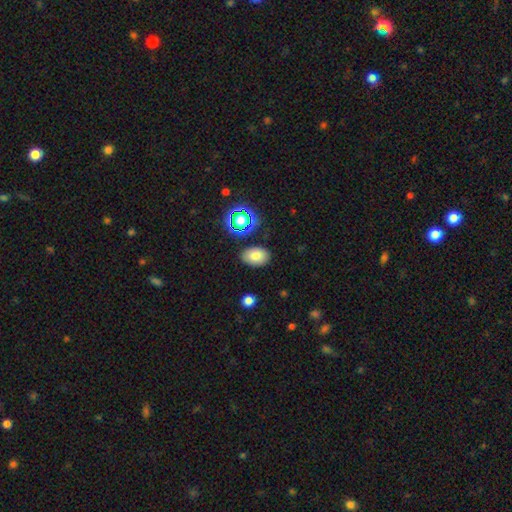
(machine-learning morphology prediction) type=smooth (76%); roundness=in between (85%); merging=none (84%).